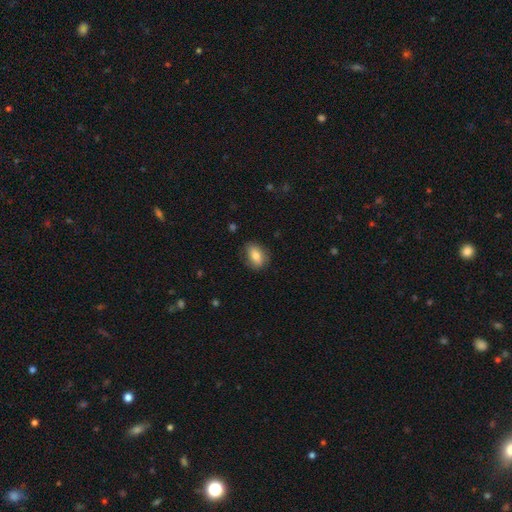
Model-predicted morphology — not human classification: This is likely a smooth galaxy (78%). How rounded: clearly in between (81%). Merging: likely none (79%).